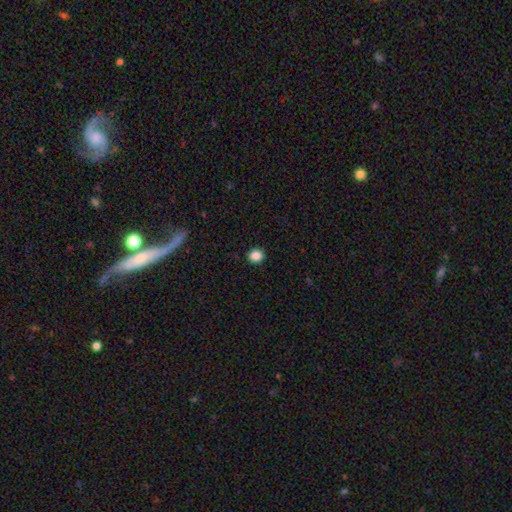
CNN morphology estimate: smooth 86%, star or artifact 11%, featured or disk 3%. Down the decision tree: how rounded — round (81%); merging — none (92%).